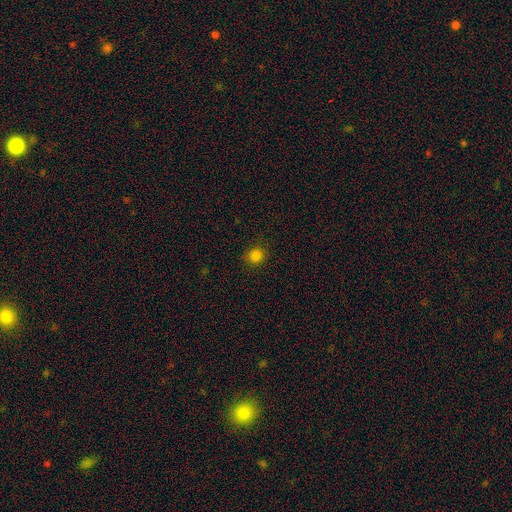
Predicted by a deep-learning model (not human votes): Smooth or featured: smooth — 82% (star or artifact — 15%)
How rounded: round — 89% (in between — 10%)
Merging: none — 88% (minor disturbance — 8%)